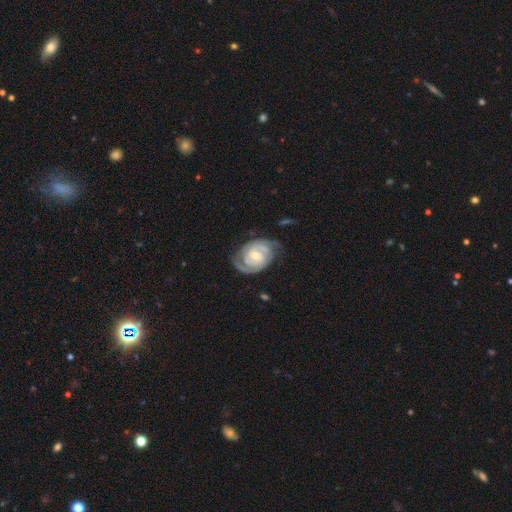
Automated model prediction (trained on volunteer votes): Smooth or featured: featured or disk — 89% (smooth — 7%)
Edge-on disk: no — 98% (yes — 2%)
Bar: no — 48% (weak — 41%)
Spiral arms: yes — 98% (no — 2%)
Spiral winding: tight — 67% (medium — 28%)
Spiral arm count: 2 — 73% (3 — 10%)
Bulge size: small — 50% (moderate — 45%)
Merging: none — 72% (minor disturbance — 18%)